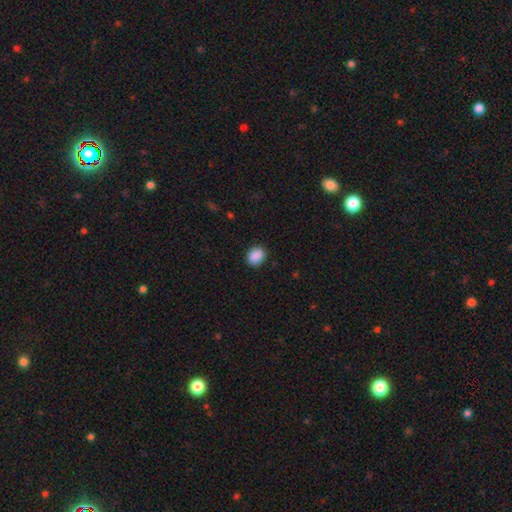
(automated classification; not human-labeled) A smooth galaxy with no disk features (90%) that is in between round and cigar-shaped (58%). Merging: none (87%).